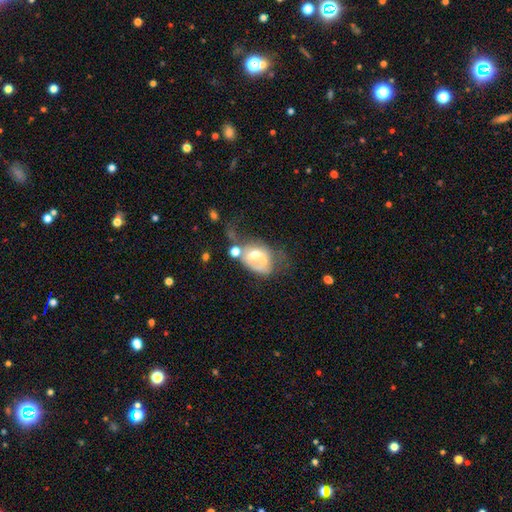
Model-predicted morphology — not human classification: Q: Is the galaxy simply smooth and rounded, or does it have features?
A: featured or disk — 51%.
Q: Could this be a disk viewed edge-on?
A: no — 96%.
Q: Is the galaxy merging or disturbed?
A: merger — 39%.